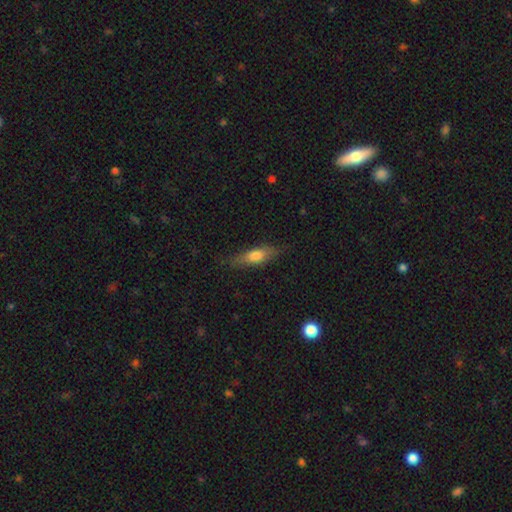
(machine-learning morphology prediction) smooth 67%, featured or disk 27%, star or artifact 6%. Down the decision tree: how rounded — cigar-shaped (49%); merging — none (79%).